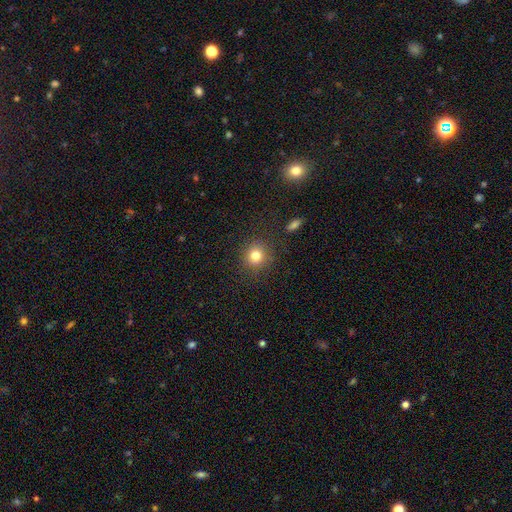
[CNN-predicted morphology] smooth 80%, star or artifact 12%, featured or disk 7%. Down the decision tree: how rounded — round (88%); merging — none (87%).